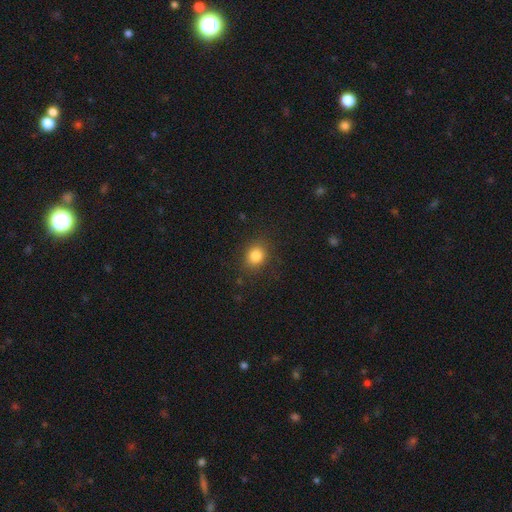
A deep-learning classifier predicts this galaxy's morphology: Overall: smooth (83%). How rounded: round (68%; in between 31%). Merging: none (85%).